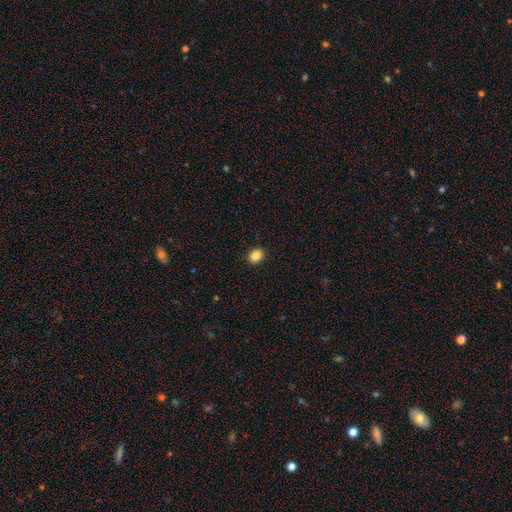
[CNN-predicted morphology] type=smooth (87%); roundness=in between (59%); merging=none (90%).